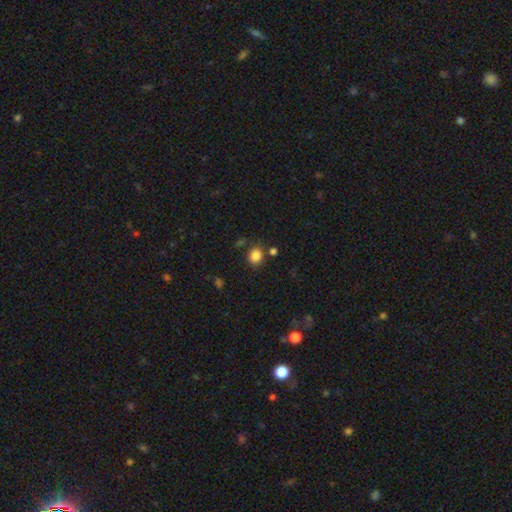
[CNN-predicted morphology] A smooth galaxy with no disk features (84%) that is round (73%).

Vote fractions:
- Smooth or featured? smooth: 84% / star or artifact: 11% / featured or disk: 4%
- How rounded? round: 73% / in between: 27% / cigar-shaped: 1%
- Merging? none: 78% / minor disturbance: 11% / merger: 7% / major disturbance: 4%